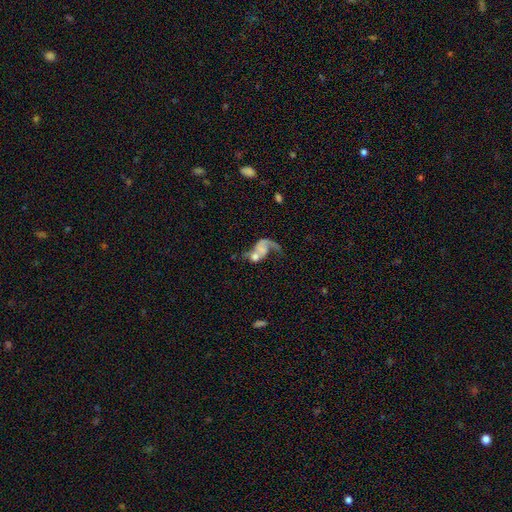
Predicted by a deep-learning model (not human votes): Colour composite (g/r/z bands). It shows a featured or disk galaxy (63%) with no bar (74%), spiral arms (73%) and no central bulge (33%). Merging: merger (46%).